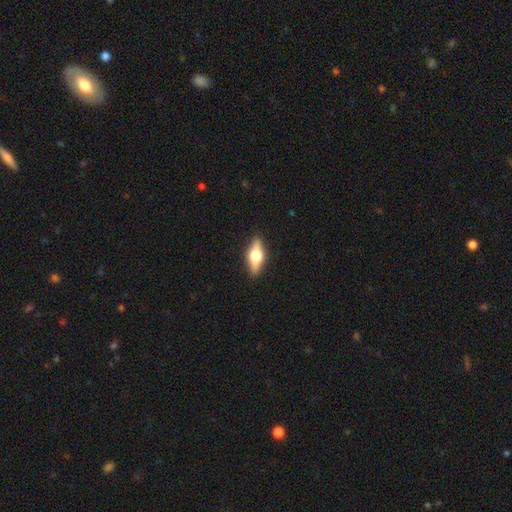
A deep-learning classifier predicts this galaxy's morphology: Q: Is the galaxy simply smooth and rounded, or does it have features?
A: featured or disk — 56%.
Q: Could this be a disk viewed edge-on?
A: yes — 93%.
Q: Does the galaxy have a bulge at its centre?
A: rounded — 95%.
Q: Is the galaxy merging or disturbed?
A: none — 89%.